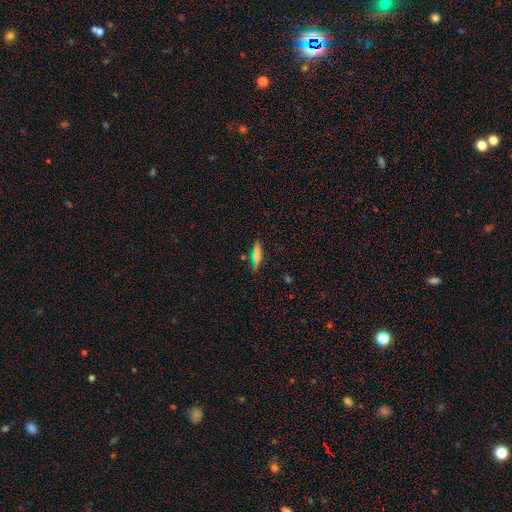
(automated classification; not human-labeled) This appears to be a smooth galaxy with no disk features (55%) that is cigar-shaped (79%). Merging: none (76%).